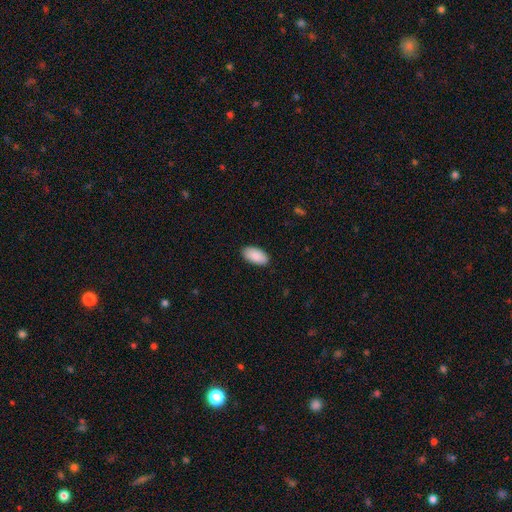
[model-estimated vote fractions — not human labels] A smooth galaxy with no disk features (89%) that is in between round and cigar-shaped (95%).

Vote fractions:
- Smooth or featured? smooth: 89% / star or artifact: 6% / featured or disk: 5%
- How rounded? in between: 95% / cigar-shaped: 2% / round: 2%
- Merging? none: 89% / minor disturbance: 8% / major disturbance: 2% / merger: 1%